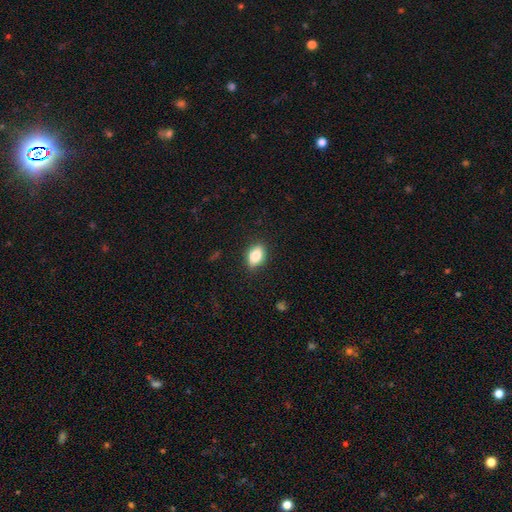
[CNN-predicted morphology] Q: Smooth or featured?
A: smooth (79%); runner-up: featured or disk (13%)
Q: How rounded?
A: in between (84%); runner-up: round (13%)
Q: Merging?
A: none (85%); runner-up: minor disturbance (11%)